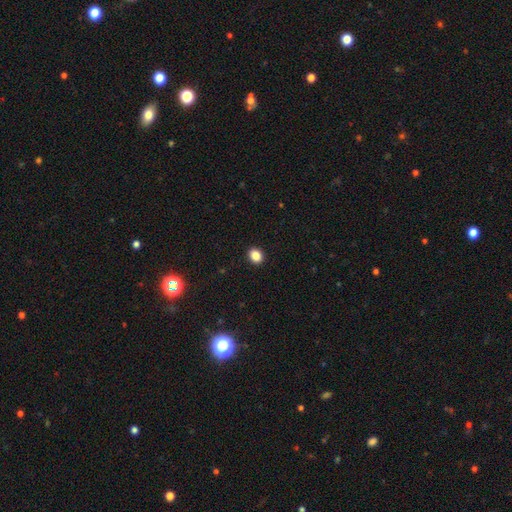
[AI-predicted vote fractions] Smooth or featured: smooth — 86% (star or artifact — 10%)
How rounded: in between — 50% (round — 49%)
Merging: none — 92% (minor disturbance — 6%)